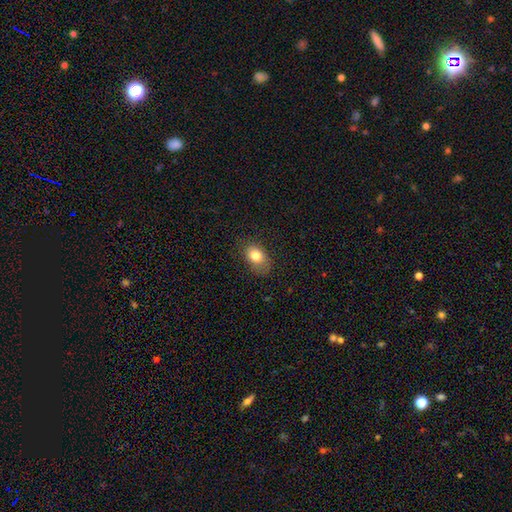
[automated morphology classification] Smooth or featured?
  - smooth: 80% *
  - featured or disk: 10%
  - star or artifact: 10%
How rounded?
  - in between: 76% *
  - round: 23%
  - cigar-shaped: 1%
Merging?
  - none: 75% *
  - minor disturbance: 19%
  - major disturbance: 5%
  - merger: 1%